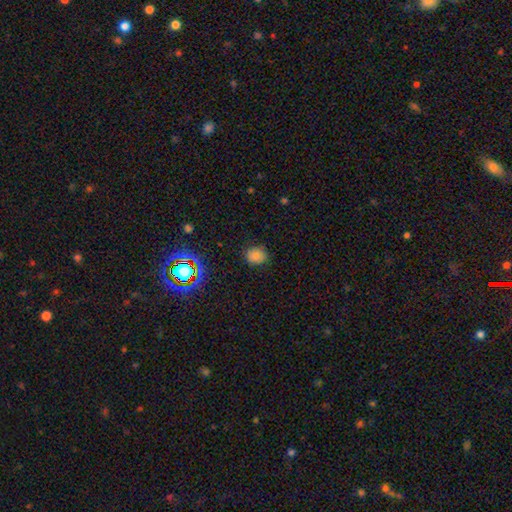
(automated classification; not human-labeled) This appears to be a smooth galaxy with no disk features (75%) that is round (73%). Merging: none (83%).